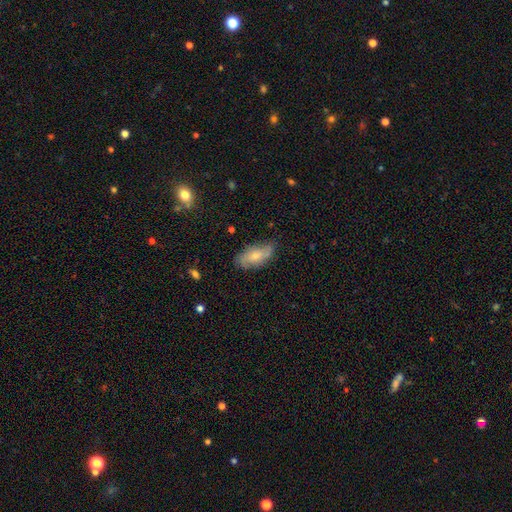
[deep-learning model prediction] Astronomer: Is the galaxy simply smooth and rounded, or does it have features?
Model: smooth — 53% (runner-up: featured or disk, 39%).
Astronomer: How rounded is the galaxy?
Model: in between — 85%.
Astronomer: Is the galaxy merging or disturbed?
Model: none — 70%.